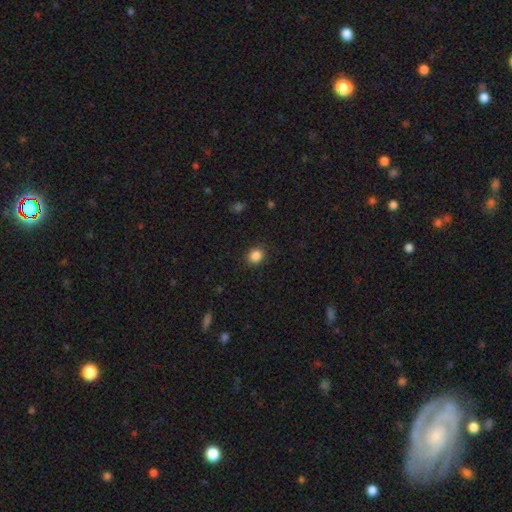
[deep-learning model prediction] smooth 86%, star or artifact 11%, featured or disk 3%. Down the decision tree: how rounded — round (76%); merging — none (89%).